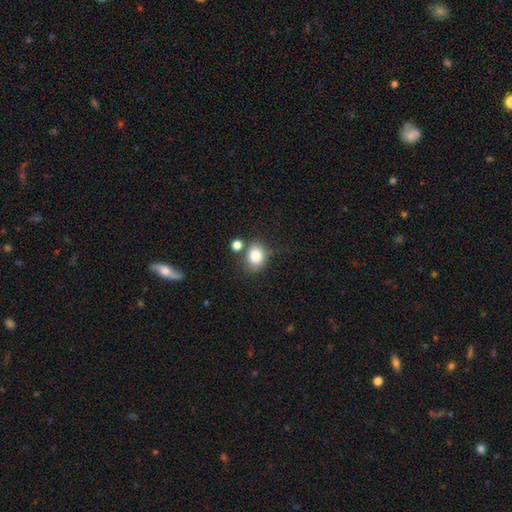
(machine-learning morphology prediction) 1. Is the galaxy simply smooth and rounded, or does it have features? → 82% smooth, 10% star or artifact, 7% featured or disk.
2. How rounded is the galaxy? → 52% round, 47% in between, 1% cigar-shaped.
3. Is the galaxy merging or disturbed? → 66% none, 15% minor disturbance, 14% merger, 5% major disturbance.